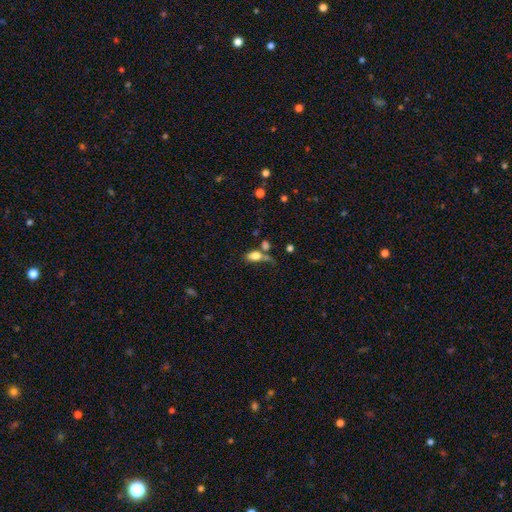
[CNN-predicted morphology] Smooth or featured? smooth (77%)
How rounded? in between (84%)
Merging? none (34%)